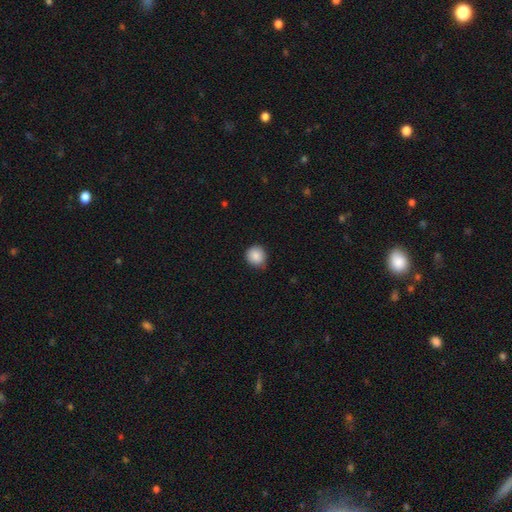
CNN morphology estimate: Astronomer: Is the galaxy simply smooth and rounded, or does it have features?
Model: smooth — 87%.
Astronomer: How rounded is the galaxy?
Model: round — 91%.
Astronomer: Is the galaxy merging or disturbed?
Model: none — 81%.